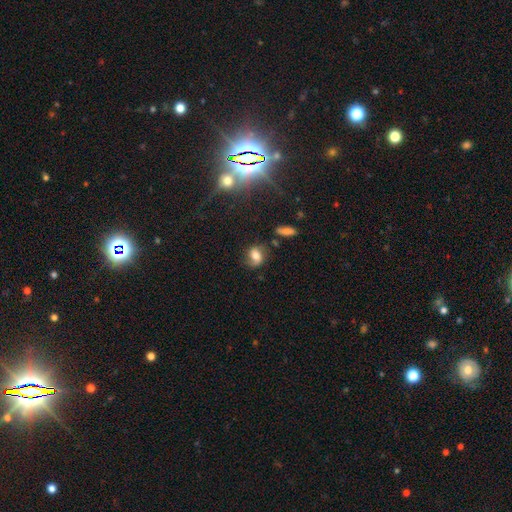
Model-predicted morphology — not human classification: Smooth or featured? Predicted: smooth (p=0.50). Merging? Predicted: none (p=0.62).